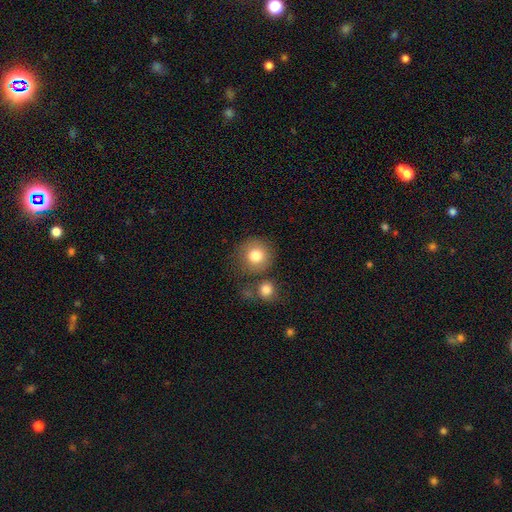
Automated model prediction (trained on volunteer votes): Smooth or featured? Predicted: smooth (p=0.80). How rounded? Predicted: round (p=0.91). Merging? Predicted: none (p=0.72).